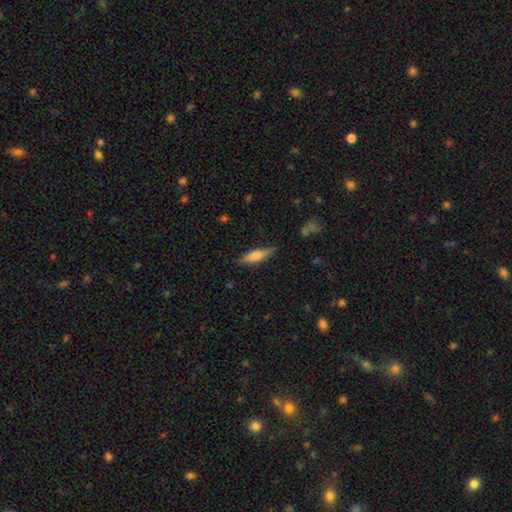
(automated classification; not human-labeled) Smooth or featured? Predicted: smooth (p=0.63). How rounded? Predicted: cigar-shaped (p=0.65). Merging? Predicted: none (p=0.83).